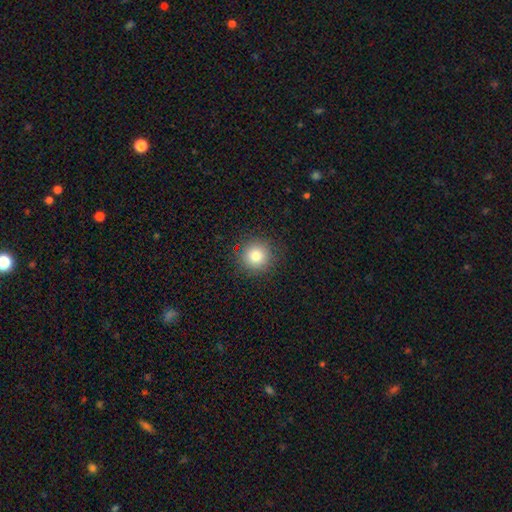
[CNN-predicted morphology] This is clearly a smooth galaxy (81%). How rounded: clearly round (94%). Merging: clearly none (90%).